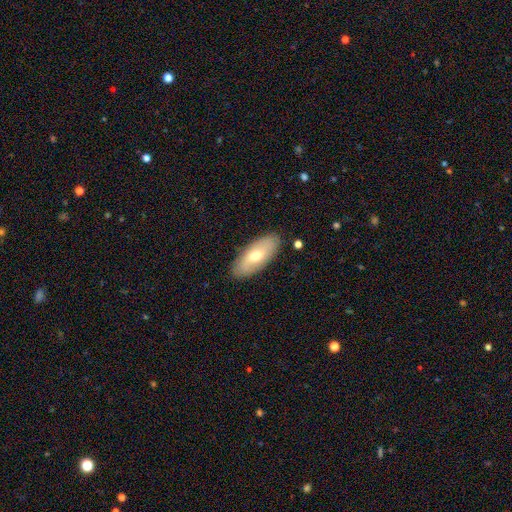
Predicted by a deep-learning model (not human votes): Smooth or featured?
  - smooth: 58% *
  - featured or disk: 35%
  - star or artifact: 6%
How rounded?
  - in between: 86% *
  - cigar-shaped: 12%
  - round: 3%
Merging?
  - none: 87% *
  - minor disturbance: 9%
  - major disturbance: 2%
  - merger: 1%